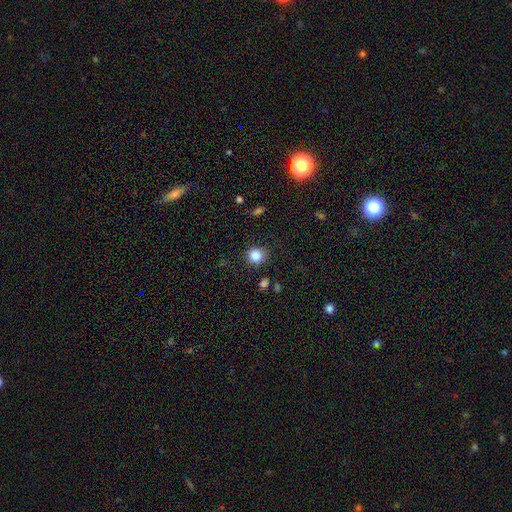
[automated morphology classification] smooth 84%, star or artifact 11%, featured or disk 5%. Down the decision tree: how rounded — round (84%); merging — none (84%).